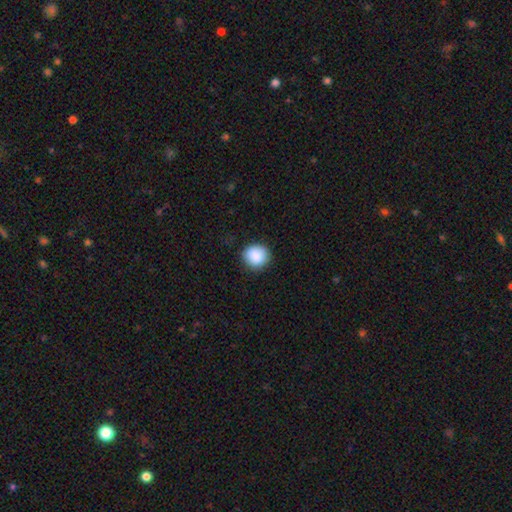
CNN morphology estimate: Overall: smooth (89%). How rounded: round (87%). Merging: none (87%).